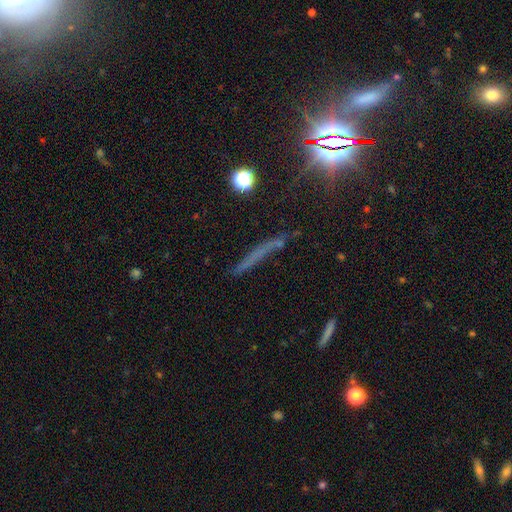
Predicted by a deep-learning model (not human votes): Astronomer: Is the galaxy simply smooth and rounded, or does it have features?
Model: smooth — 41% (runner-up: featured or disk, 31%).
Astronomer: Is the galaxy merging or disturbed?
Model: none — 70%.